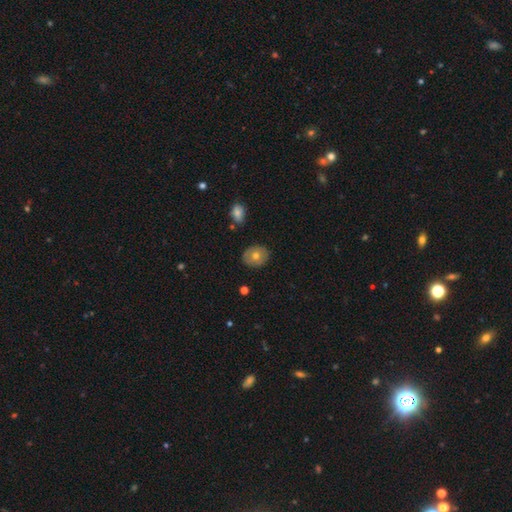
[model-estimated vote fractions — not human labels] smooth 62%, featured or disk 30%, star or artifact 9%. Down the decision tree: how rounded — round (51%); merging — none (85%).